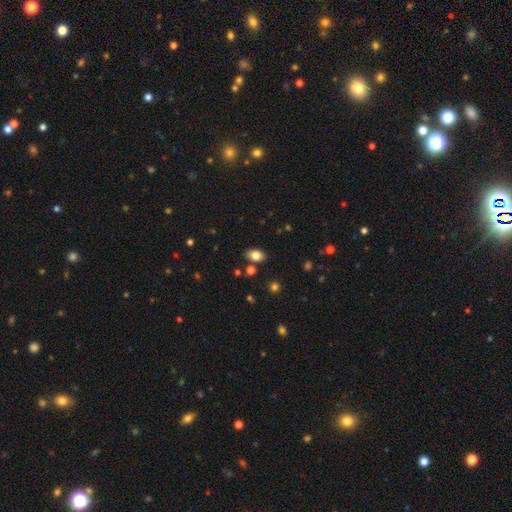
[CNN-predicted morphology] A smooth galaxy with no disk features (81%) that is in between round and cigar-shaped (82%).

Vote fractions:
- Smooth or featured? smooth: 81% / star or artifact: 10% / featured or disk: 9%
- How rounded? in between: 82% / round: 16% / cigar-shaped: 1%
- Merging? none: 82% / minor disturbance: 11% / merger: 4% / major disturbance: 3%